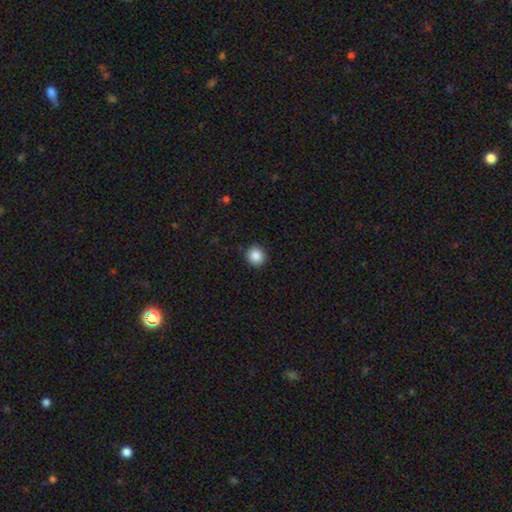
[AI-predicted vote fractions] Smooth or featured? smooth (87%)
How rounded? round (90%)
Merging? none (91%)